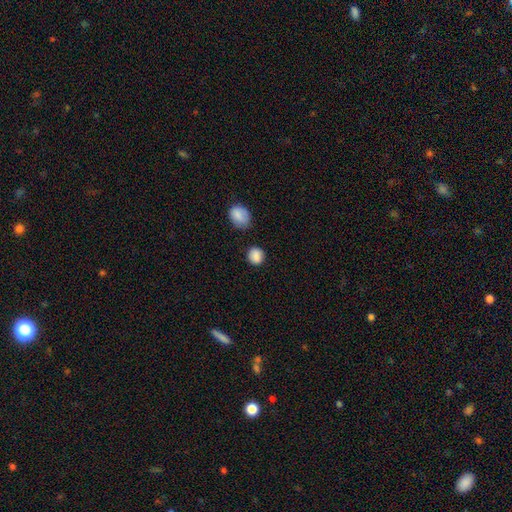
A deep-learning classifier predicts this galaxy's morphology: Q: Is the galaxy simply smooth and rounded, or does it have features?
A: smooth — 88%.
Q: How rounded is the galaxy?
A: round — 83%.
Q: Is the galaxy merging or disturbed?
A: none — 81%.